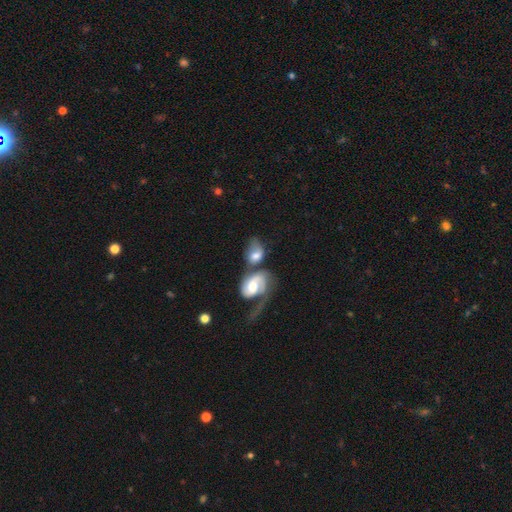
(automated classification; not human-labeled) This appears to be a smooth galaxy with no disk features (49%). Merging: merger (57%).